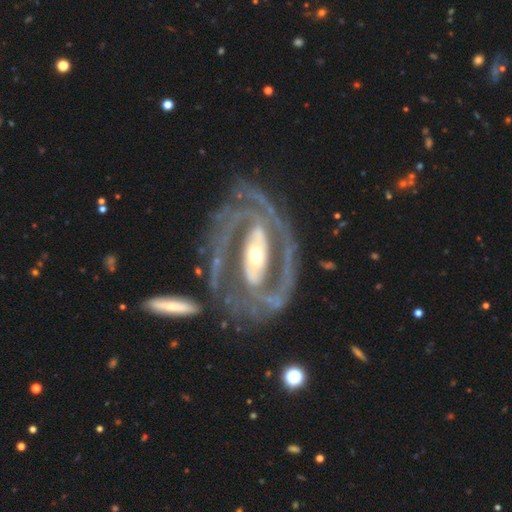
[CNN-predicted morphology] This appears to be a featured or disk galaxy (91%) with a strong bar (55%), 2 (78%) tight (52%) spiral arms (94%) and a moderate central bulge (53%). Merging: none (68%).